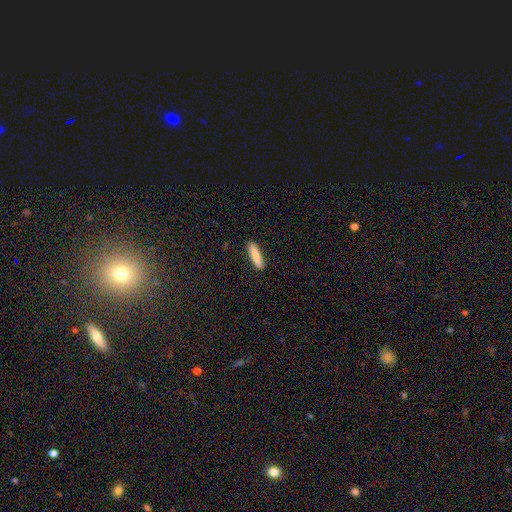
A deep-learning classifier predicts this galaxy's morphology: Overall: smooth (86%). How rounded: cigar-shaped (78%). Merging: none (90%).